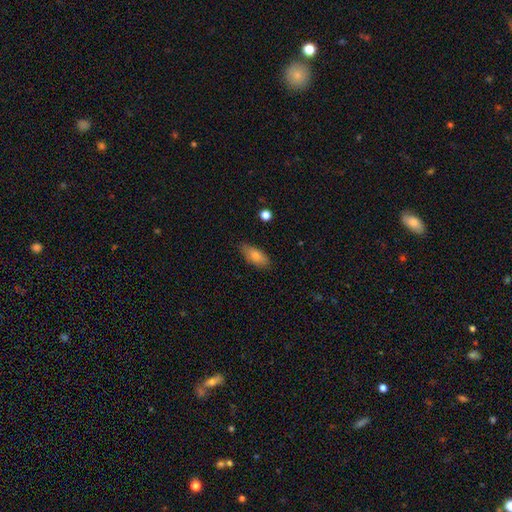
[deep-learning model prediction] smooth_or_featured: smooth (p=0.74) [alt: featured or disk p=0.19]
how_rounded: in between (p=0.80) [alt: cigar-shaped p=0.17]
merging: none (p=0.83) [alt: minor disturbance p=0.14]